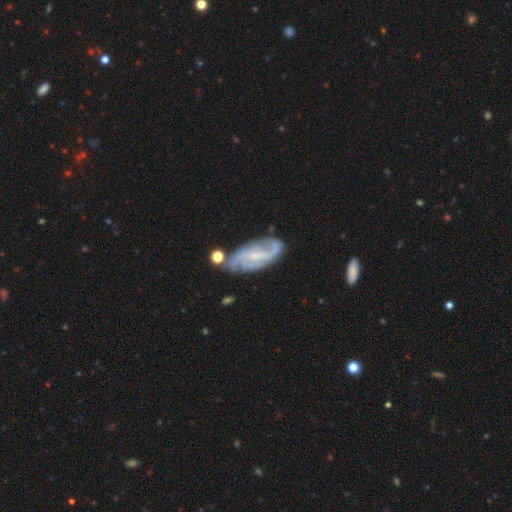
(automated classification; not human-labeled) featured or disk 81%, smooth 12%, star or artifact 6%. Down the decision tree: edge-on disk — no (93%); bar — weak (45%); spiral arms — yes (93%); spiral arm count — 2 (54%); spiral winding — medium (42%); bulge size — small (73%); merging — none (63%).